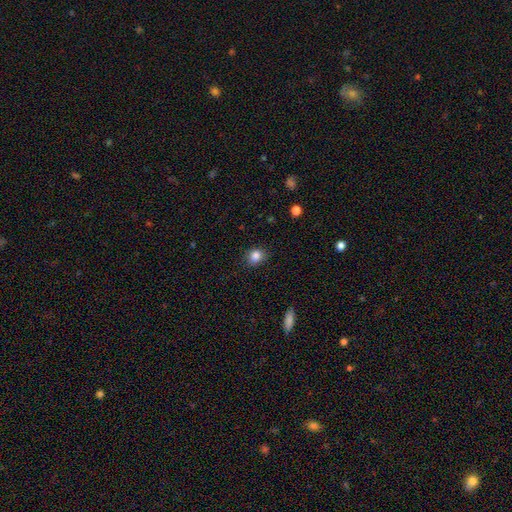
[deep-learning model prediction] This appears to be a smooth galaxy with no disk features (85%) that is round (63%). Merging: none (84%).